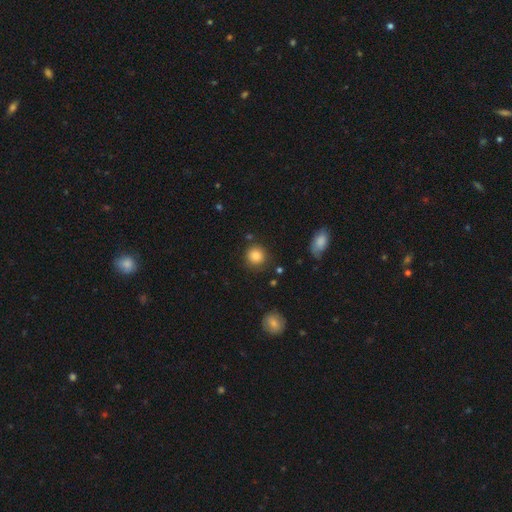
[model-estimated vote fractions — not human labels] A smooth galaxy with no disk features (85%) that is round (91%).

Vote fractions:
- Smooth or featured? smooth: 85% / star or artifact: 10% / featured or disk: 5%
- How rounded? round: 91% / in between: 8% / cigar-shaped: 1%
- Merging? none: 85% / minor disturbance: 10% / major disturbance: 3% / merger: 3%